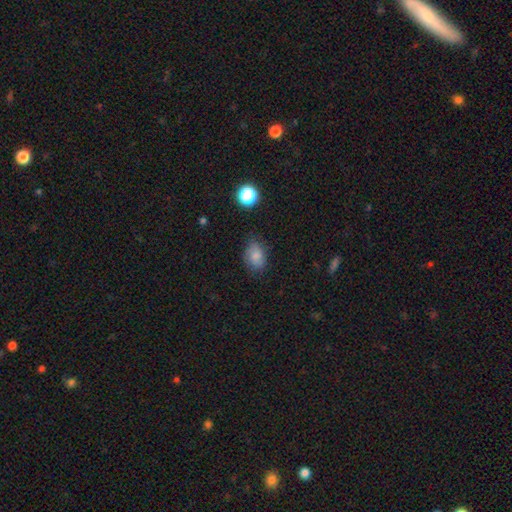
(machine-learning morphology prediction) Overall: smooth (78%). How rounded: in between (72%). Merging: none (71%).